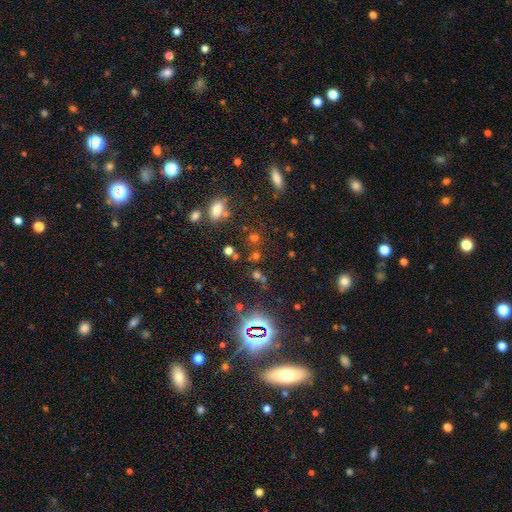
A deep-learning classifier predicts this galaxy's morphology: smooth_or_featured: star or artifact (p=0.64) [alt: smooth p=0.27]